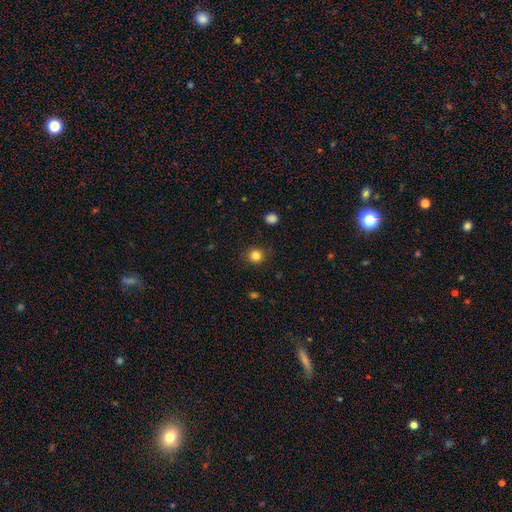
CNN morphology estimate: Smooth or featured? Predicted: smooth (p=0.83). How rounded? Predicted: round (p=0.89). Merging? Predicted: none (p=0.88).